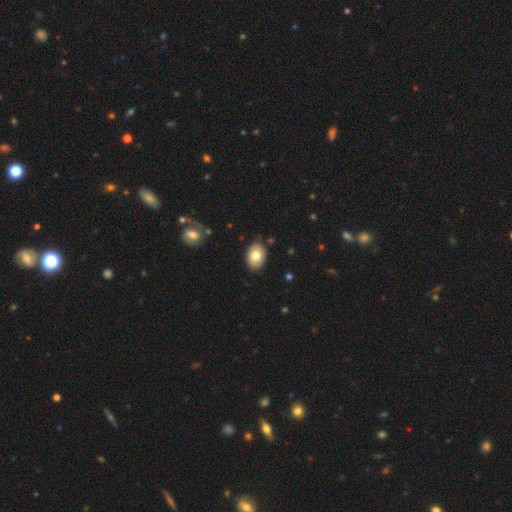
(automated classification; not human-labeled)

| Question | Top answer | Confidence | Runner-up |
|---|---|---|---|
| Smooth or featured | smooth | 79% | featured or disk (14%) |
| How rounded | in between | 84% | round (15%) |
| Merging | none | 86% | minor disturbance (10%) |